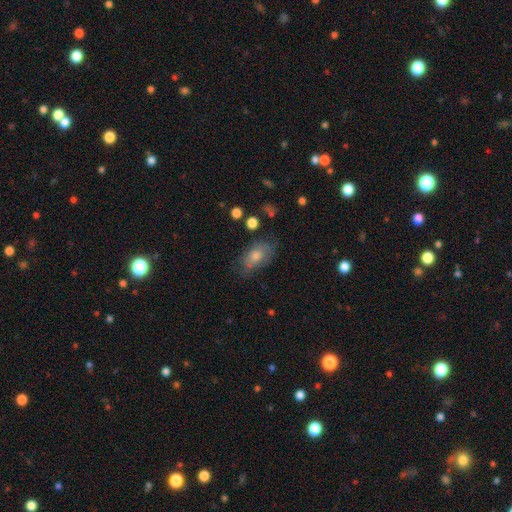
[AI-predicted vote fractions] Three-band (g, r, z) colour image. It shows a smooth galaxy with no disk features (62%) that is in between round and cigar-shaped (85%). Merging: none (69%).